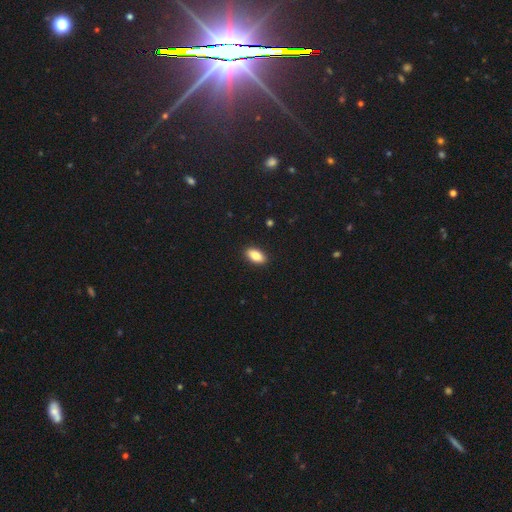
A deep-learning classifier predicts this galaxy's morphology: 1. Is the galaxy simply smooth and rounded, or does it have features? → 84% smooth, 9% featured or disk, 7% star or artifact.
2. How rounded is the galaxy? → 91% in between, 5% cigar-shaped, 4% round.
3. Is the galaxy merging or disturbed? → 90% none, 7% minor disturbance, 2% major disturbance, 1% merger.